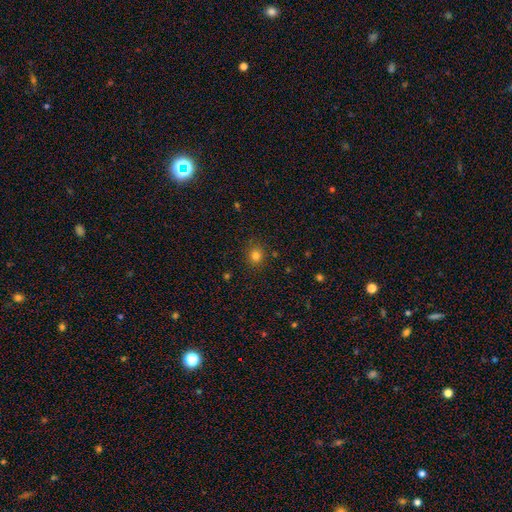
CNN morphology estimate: This is clearly a smooth galaxy (80%). How rounded: clearly round (86%). Merging: clearly none (87%).